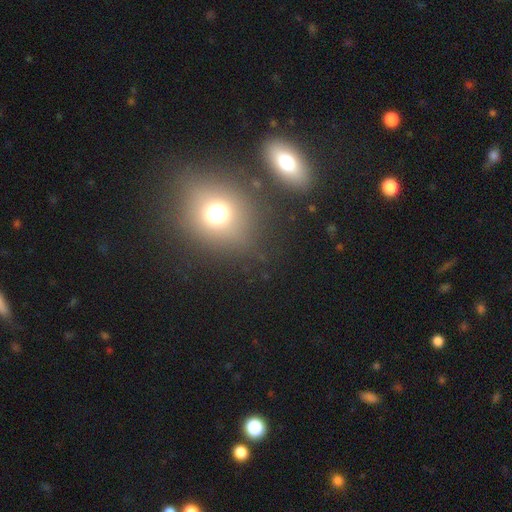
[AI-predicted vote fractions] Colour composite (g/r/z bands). It shows a smooth galaxy with no disk features (57%) that is round (61%). Merging: none (75%).